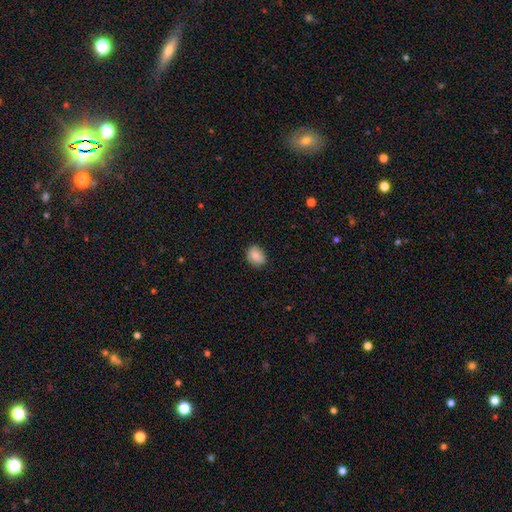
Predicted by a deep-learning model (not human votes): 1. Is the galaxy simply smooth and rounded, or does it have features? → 84% smooth, 8% star or artifact, 7% featured or disk.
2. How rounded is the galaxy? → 57% in between, 42% round, 1% cigar-shaped.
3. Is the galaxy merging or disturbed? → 82% none, 14% minor disturbance, 3% major disturbance, 1% merger.